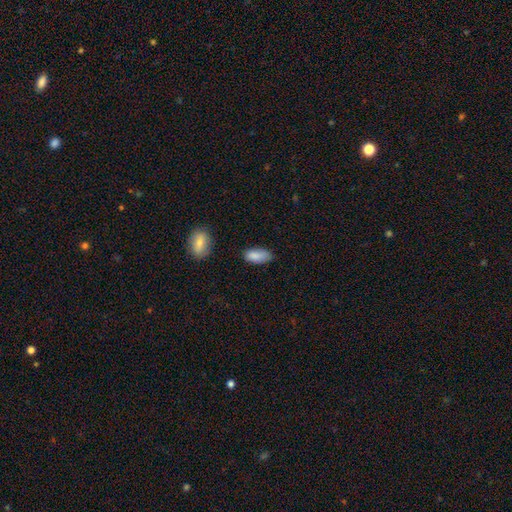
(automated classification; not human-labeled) The model was most divided on "merging": none: 64%, minor disturbance: 28%, major disturbance: 6%, merger: 3%. More confident: how rounded — in between (90%); smooth or featured — smooth (86%).